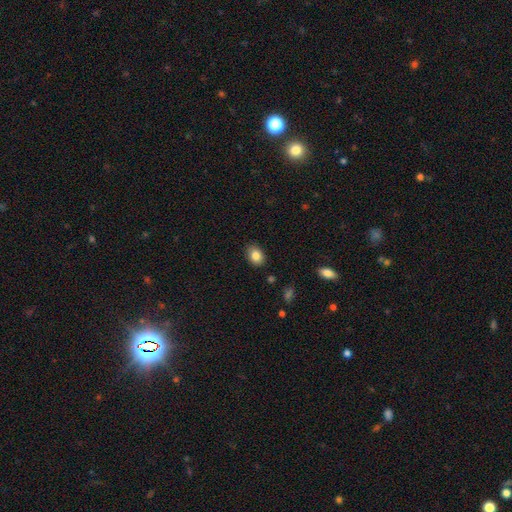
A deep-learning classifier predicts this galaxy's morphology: This appears to be a smooth galaxy with no disk features (84%) that is in between round and cigar-shaped (70%). Merging: none (87%).